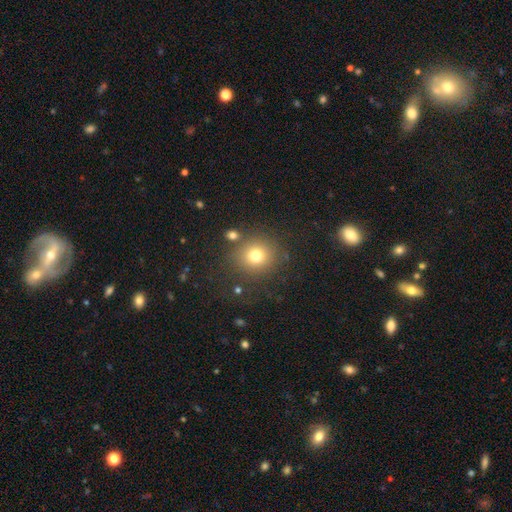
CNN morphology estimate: smooth_or_featured: smooth (p=0.75) [alt: star or artifact p=0.15]
how_rounded: round (p=0.86) [alt: in between p=0.13]
merging: none (p=0.81) [alt: minor disturbance p=0.10]